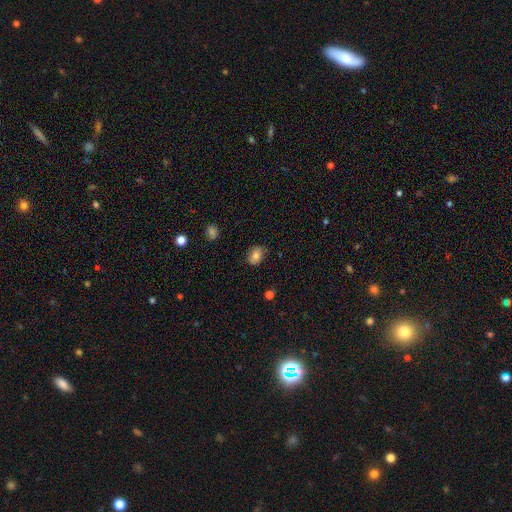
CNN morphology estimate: type=smooth (80%); roundness=in between (70%); merging=none (78%).